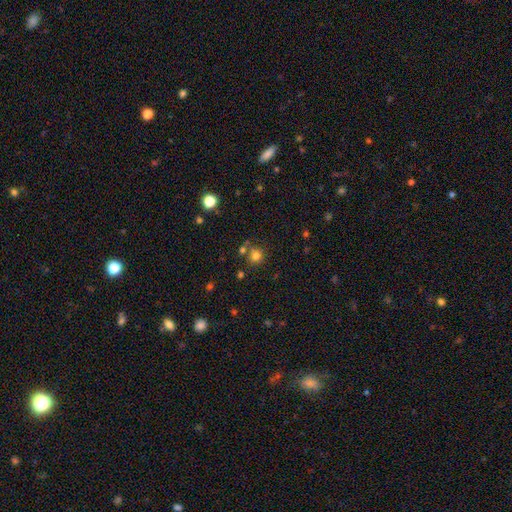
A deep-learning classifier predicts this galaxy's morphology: smooth-or-featured: smooth: 78% | star or artifact: 16% | featured or disk: 7%
  how-rounded: round: 89% | in between: 10% | cigar-shaped: 1%
  merging: none: 73% | merger: 14% | minor disturbance: 10% | major disturbance: 3%